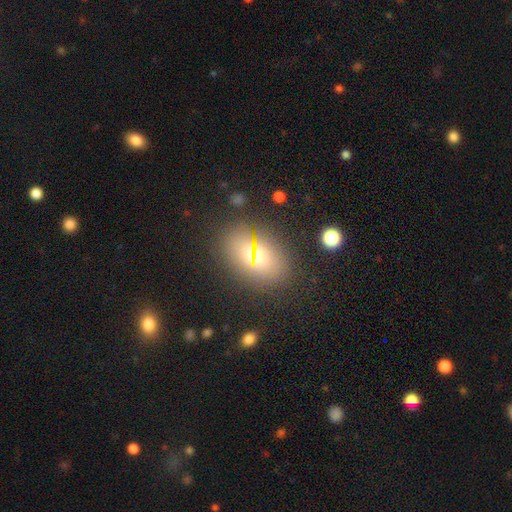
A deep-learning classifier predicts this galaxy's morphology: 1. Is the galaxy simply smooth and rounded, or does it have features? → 63% smooth, 22% star or artifact, 15% featured or disk.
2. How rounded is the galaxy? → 66% in between, 31% round, 3% cigar-shaped.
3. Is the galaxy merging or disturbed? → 81% none, 11% minor disturbance, 4% major disturbance, 4% merger.